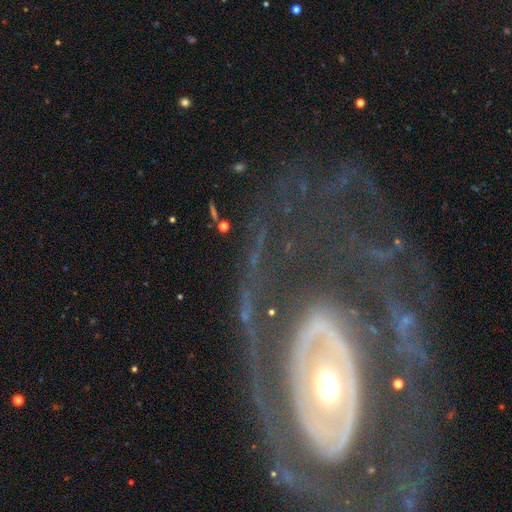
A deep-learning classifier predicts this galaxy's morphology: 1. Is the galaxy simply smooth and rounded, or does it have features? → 84% featured or disk, 9% smooth, 7% star or artifact.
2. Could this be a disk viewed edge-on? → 93% no, 7% yes.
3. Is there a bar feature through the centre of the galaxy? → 62% no, 20% weak, 19% strong.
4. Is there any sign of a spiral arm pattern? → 70% yes, 30% no.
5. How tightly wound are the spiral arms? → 53% tight, 29% medium, 17% loose.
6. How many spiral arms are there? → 39% 2, 29% can't tell, 10% 1, 9% 3, 6% 4, 6% more than 4.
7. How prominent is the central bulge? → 64% moderate, 16% large, 16% small, 3% dominant, 2% none.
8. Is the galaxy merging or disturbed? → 66% none, 18% major disturbance, 13% minor disturbance, 3% merger.